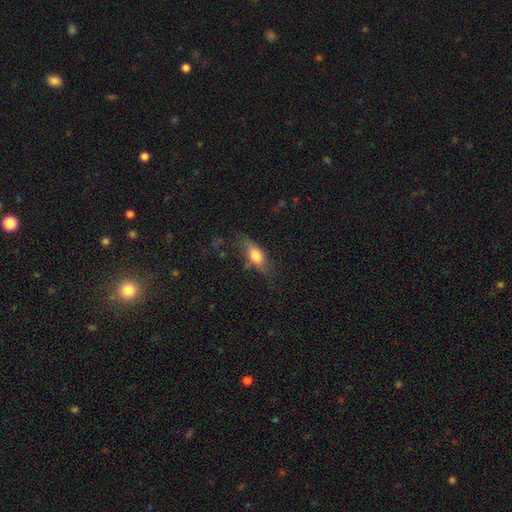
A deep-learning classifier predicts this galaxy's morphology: The model was most divided on "merging": none: 53%, minor disturbance: 28%, major disturbance: 17%, merger: 3%. More confident: how rounded — in between (71%); smooth or featured — smooth (63%).